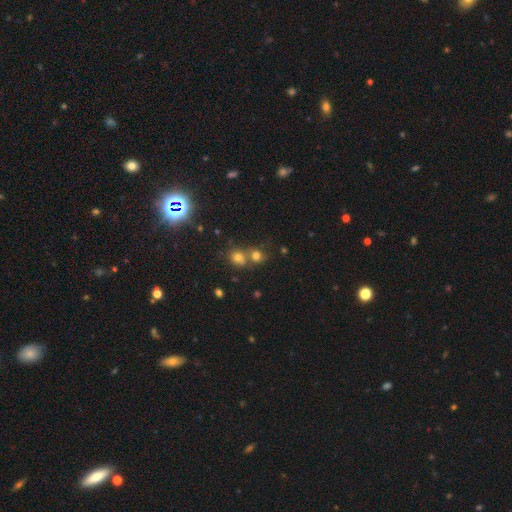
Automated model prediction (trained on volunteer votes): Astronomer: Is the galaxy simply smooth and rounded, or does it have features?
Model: star or artifact — 45%, tied with smooth at 45%.